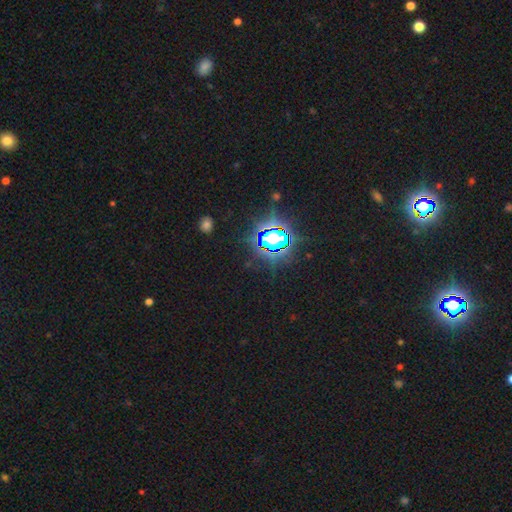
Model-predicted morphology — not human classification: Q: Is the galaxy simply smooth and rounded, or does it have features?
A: star or artifact — 82%.